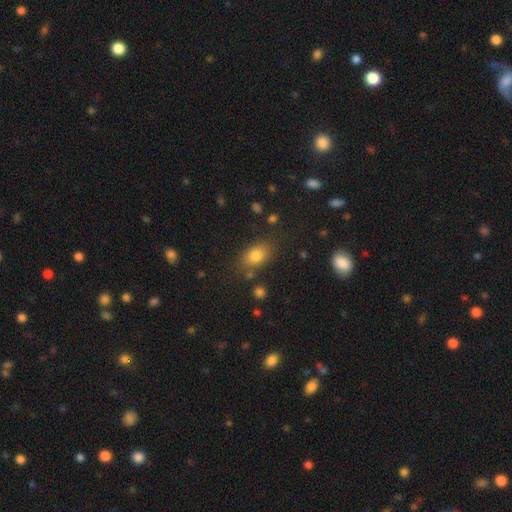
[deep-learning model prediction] This is likely a smooth galaxy (79%). How rounded: likely in between (78%). Merging: likely none (76%).